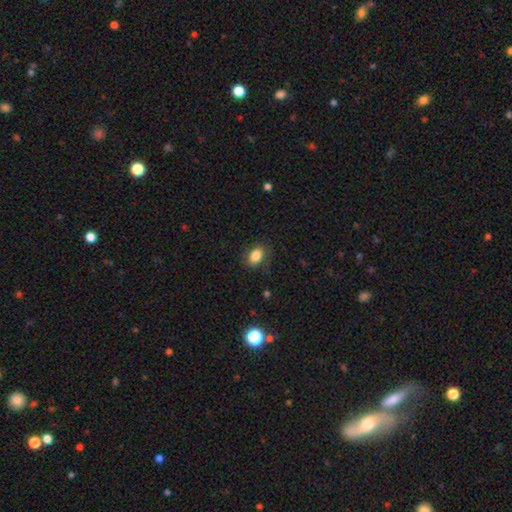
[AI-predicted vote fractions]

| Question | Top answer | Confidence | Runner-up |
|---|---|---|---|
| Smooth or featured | smooth | 83% | star or artifact (9%) |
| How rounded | in between | 82% | round (17%) |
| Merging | none | 76% | minor disturbance (16%) |